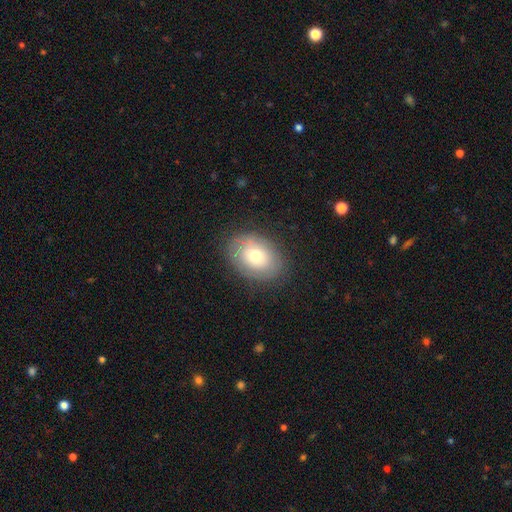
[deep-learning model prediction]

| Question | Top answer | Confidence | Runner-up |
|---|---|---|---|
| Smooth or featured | smooth | 65% | featured or disk (26%) |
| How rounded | in between | 75% | round (24%) |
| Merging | none | 81% | minor disturbance (13%) |